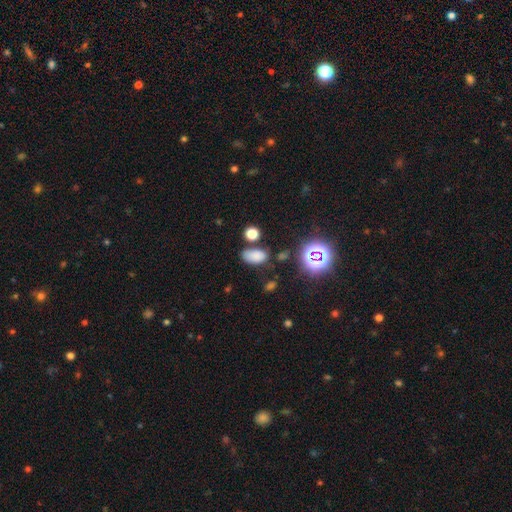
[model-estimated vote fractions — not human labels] A smooth galaxy with no disk features (75%) that is in between round and cigar-shaped (90%).

Vote fractions:
- Smooth or featured? smooth: 75% / star or artifact: 18% / featured or disk: 7%
- How rounded? in between: 90% / round: 8% / cigar-shaped: 2%
- Merging? none: 69% / minor disturbance: 17% / merger: 9% / major disturbance: 6%